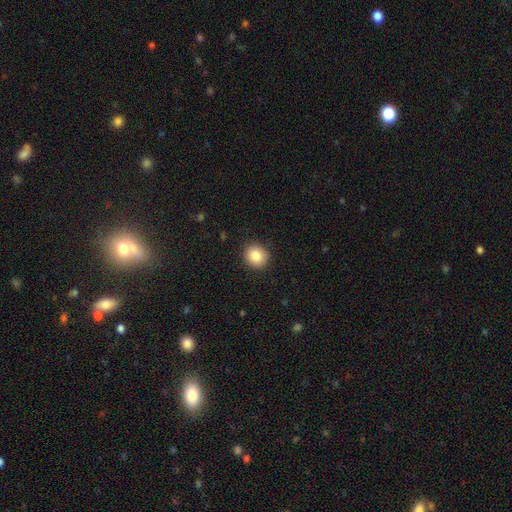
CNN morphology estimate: type=smooth (86%); roundness=round (82%); merging=none (90%).